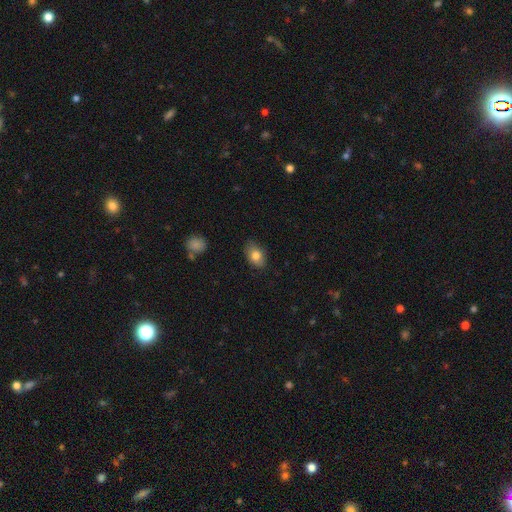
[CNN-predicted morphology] A smooth galaxy with no disk features (81%) that is in between round and cigar-shaped (86%). Merging: none (82%).